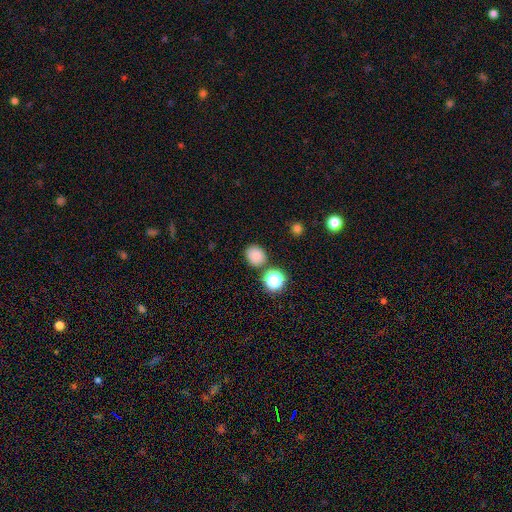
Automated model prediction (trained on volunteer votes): Q: Smooth or featured?
A: smooth (80%); runner-up: star or artifact (15%)
Q: How rounded?
A: round (70%); runner-up: in between (29%)
Q: Merging?
A: none (80%); runner-up: minor disturbance (10%)